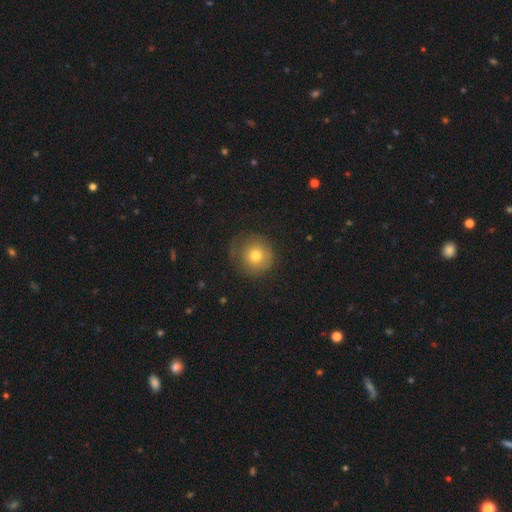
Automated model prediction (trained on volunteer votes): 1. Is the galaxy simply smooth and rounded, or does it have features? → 75% smooth, 15% featured or disk, 10% star or artifact.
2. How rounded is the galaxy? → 90% round, 9% in between, 1% cigar-shaped.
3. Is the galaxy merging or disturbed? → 69% none, 20% minor disturbance, 10% major disturbance, 1% merger.